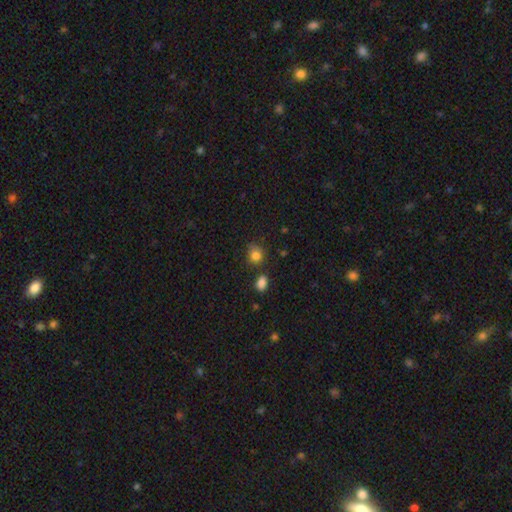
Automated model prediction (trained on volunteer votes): A smooth galaxy with no disk features (83%) that is round (69%).

Vote fractions:
- Smooth or featured? smooth: 83% / star or artifact: 11% / featured or disk: 6%
- How rounded? round: 69% / in between: 30% / cigar-shaped: 1%
- Merging? none: 62% / minor disturbance: 22% / merger: 10% / major disturbance: 6%